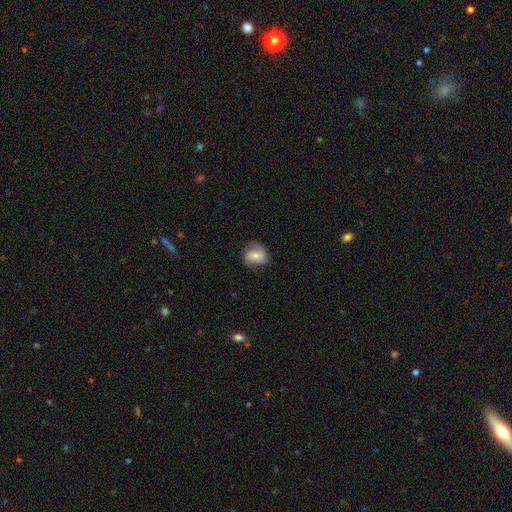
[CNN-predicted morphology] Smooth or featured? Predicted: smooth (p=0.55). How rounded? Predicted: round (p=0.62). Merging? Predicted: none (p=0.72).